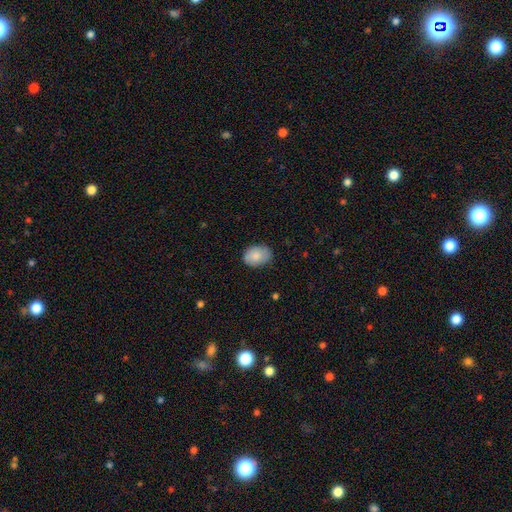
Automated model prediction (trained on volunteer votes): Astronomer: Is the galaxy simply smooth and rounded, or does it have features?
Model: smooth — 84%.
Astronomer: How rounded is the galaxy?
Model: in between — 75%.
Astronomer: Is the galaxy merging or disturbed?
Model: none — 75%.